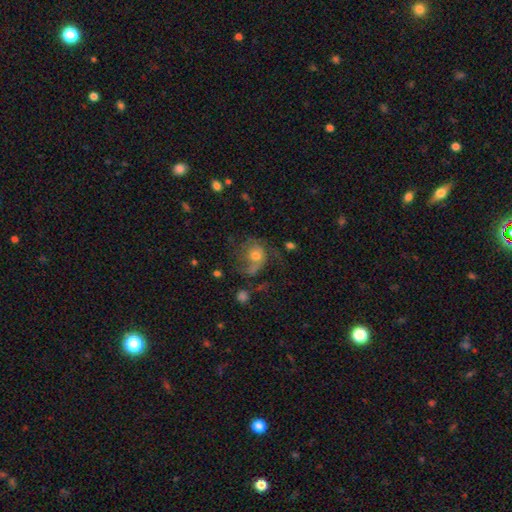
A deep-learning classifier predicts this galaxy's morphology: Q: Smooth or featured?
A: featured or disk (47%); runner-up: smooth (41%)
Q: Merging?
A: none (40%); runner-up: major disturbance (33%)